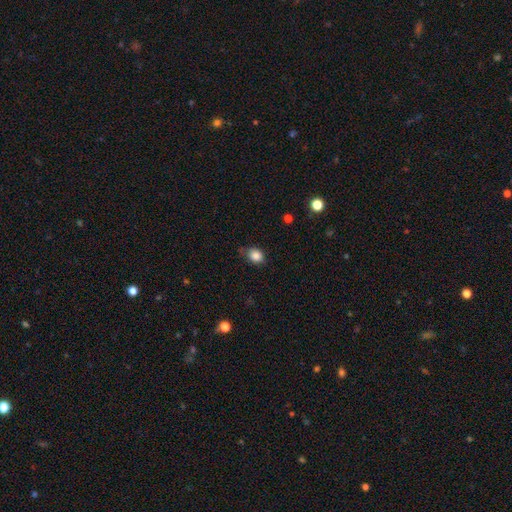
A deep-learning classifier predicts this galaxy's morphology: A smooth galaxy with no disk features (85%) that is round (51%). Merging: none (60%).